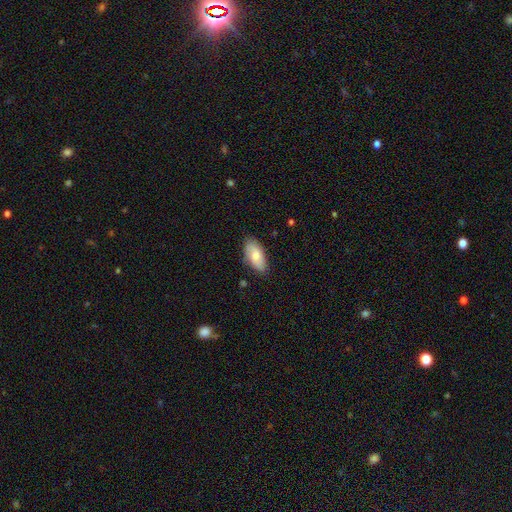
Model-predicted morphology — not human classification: smooth_or_featured: smooth (p=0.74) [alt: featured or disk p=0.20]
how_rounded: in between (p=0.92) [alt: cigar-shaped p=0.05]
merging: none (p=0.78) [alt: minor disturbance p=0.17]